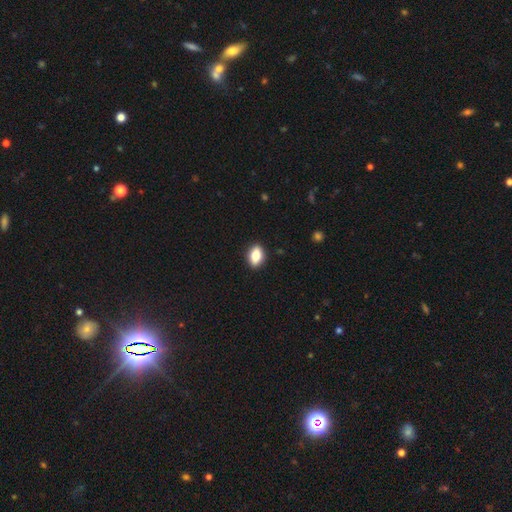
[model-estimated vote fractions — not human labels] Morphology: type=smooth (81%); roundness=in between (83%); merging=none (89%).